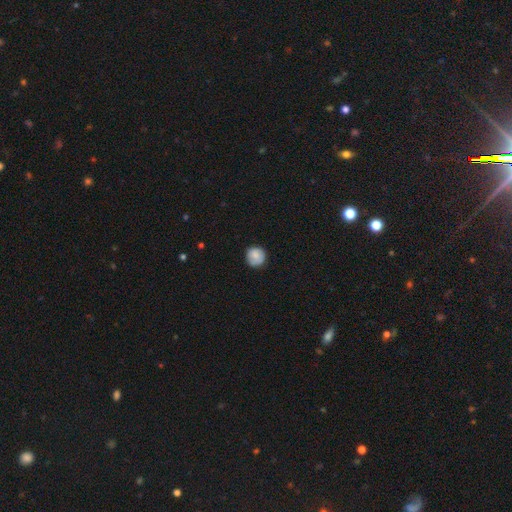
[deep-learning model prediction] Q: Smooth or featured?
A: smooth (81%); runner-up: featured or disk (12%)
Q: How rounded?
A: round (93%); runner-up: in between (6%)
Q: Merging?
A: none (82%); runner-up: minor disturbance (14%)